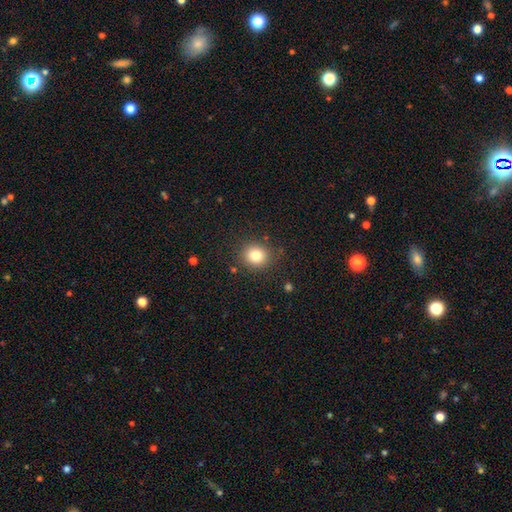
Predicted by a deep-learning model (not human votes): smooth_or_featured: smooth (p=0.81) [alt: star or artifact p=0.12]
how_rounded: round (p=0.84) [alt: in between p=0.15]
merging: none (p=0.87) [alt: minor disturbance p=0.08]